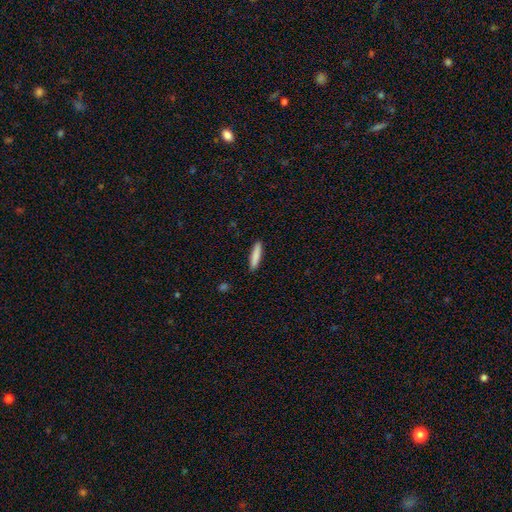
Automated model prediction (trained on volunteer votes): Overall: smooth (85%). How rounded: cigar-shaped (86%). Merging: none (90%).